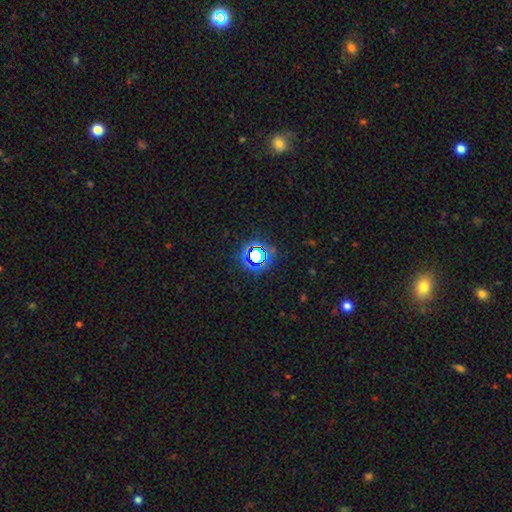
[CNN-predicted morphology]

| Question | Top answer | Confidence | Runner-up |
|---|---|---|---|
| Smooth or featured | star or artifact | 69% | smooth (21%) |